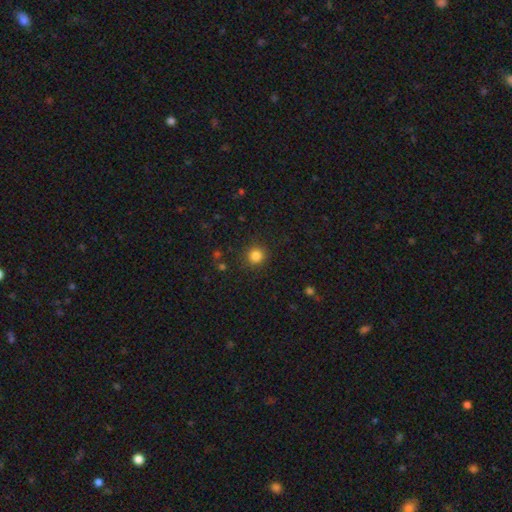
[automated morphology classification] Overall: smooth (84%). How rounded: round (92%). Merging: none (89%).